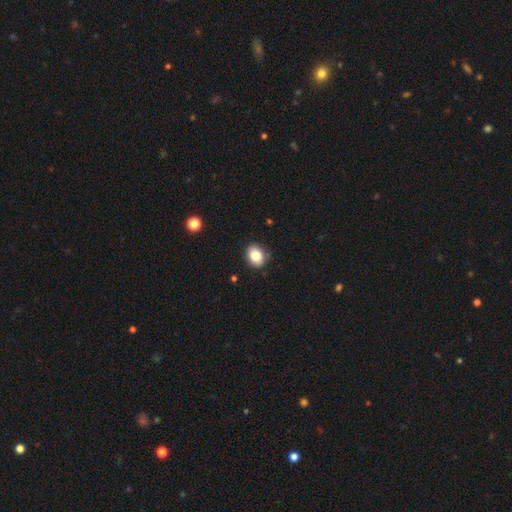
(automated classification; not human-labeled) smooth 81%, star or artifact 9%, featured or disk 9%. Down the decision tree: how rounded — in between (55%); merging — none (85%).